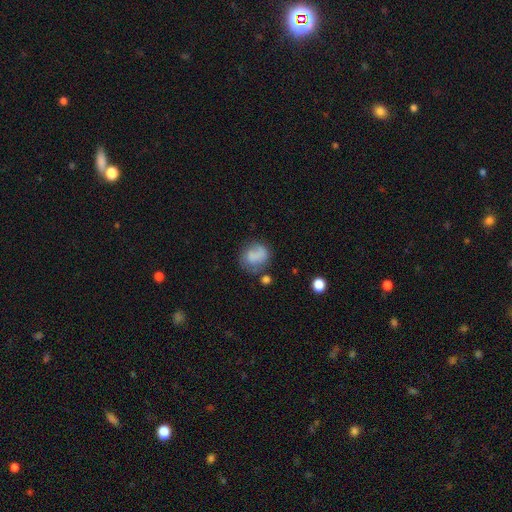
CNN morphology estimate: Smooth or featured? smooth (67%)
How rounded? round (61%)
Merging? none (49%)